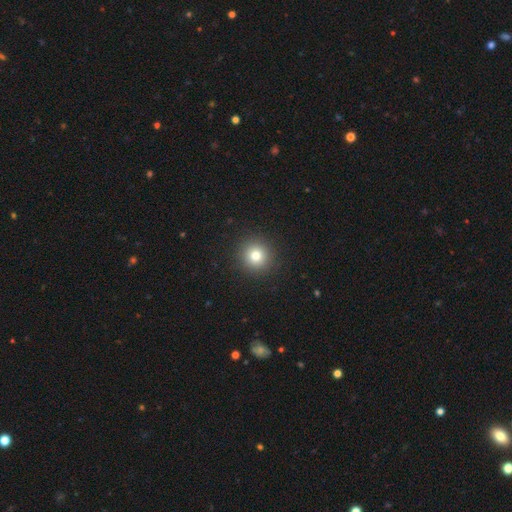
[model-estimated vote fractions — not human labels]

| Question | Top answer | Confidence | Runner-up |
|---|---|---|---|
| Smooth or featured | smooth | 79% | star or artifact (13%) |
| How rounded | round | 95% | in between (4%) |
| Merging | none | 92% | minor disturbance (5%) |